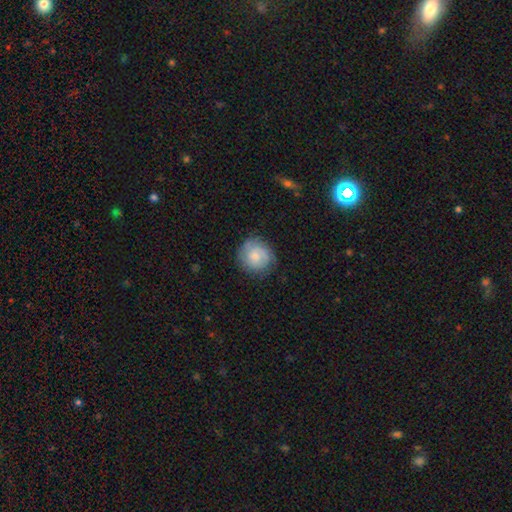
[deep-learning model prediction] Smooth or featured? Predicted: smooth (p=0.50). Merging? Predicted: none (p=0.77).